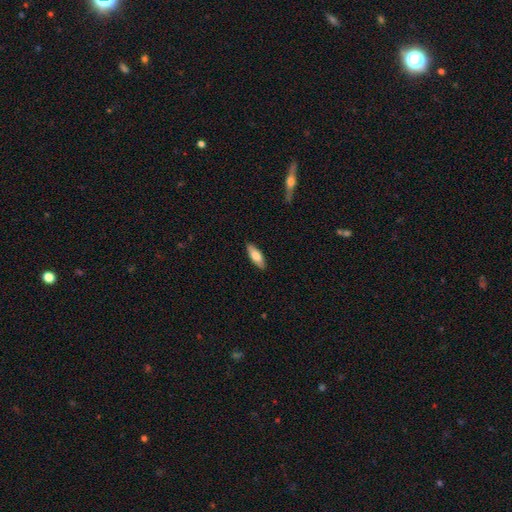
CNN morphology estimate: Smooth or featured: smooth — 76% (featured or disk — 19%)
How rounded: in between — 66% (cigar-shaped — 32%)
Merging: none — 88% (minor disturbance — 9%)